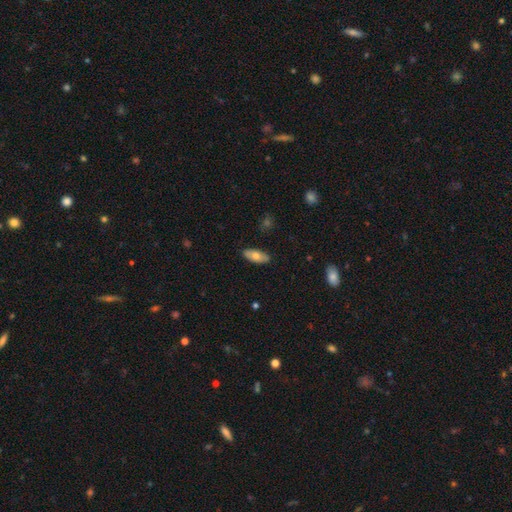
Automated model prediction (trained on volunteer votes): Smooth or featured: smooth — 68% (featured or disk — 26%)
How rounded: in between — 83% (cigar-shaped — 14%)
Merging: none — 86% (minor disturbance — 11%)